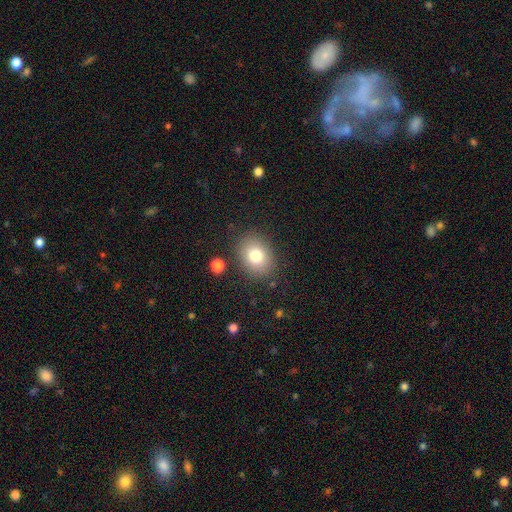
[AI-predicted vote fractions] smooth-or-featured: smooth: 78% | featured or disk: 11% | star or artifact: 11%
  how-rounded: in between: 52% | round: 47% | cigar-shaped: 1%
  merging: none: 84% | minor disturbance: 10% | major disturbance: 4% | merger: 3%